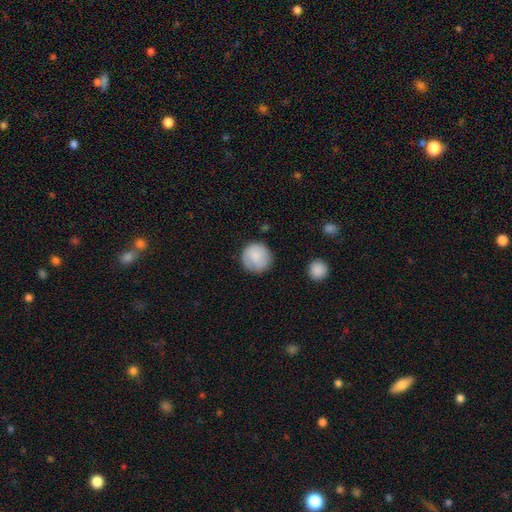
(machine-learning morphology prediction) Smooth or featured: smooth — 83% (featured or disk — 11%)
How rounded: round — 94% (in between — 5%)
Merging: none — 82% (minor disturbance — 13%)